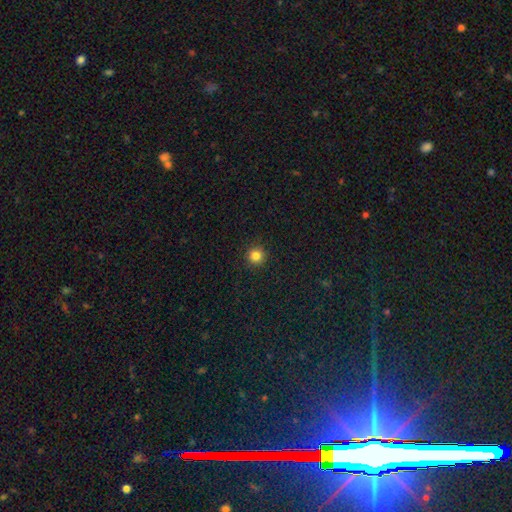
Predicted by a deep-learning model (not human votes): Smooth or featured: smooth — 84% (star or artifact — 12%)
How rounded: round — 96% (in between — 3%)
Merging: none — 93% (minor disturbance — 5%)